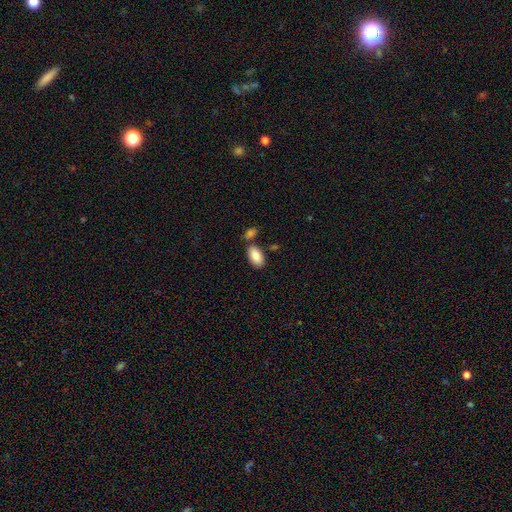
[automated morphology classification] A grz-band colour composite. It shows a smooth galaxy with no disk features (88%) that is in between round and cigar-shaped (95%). Merging: none (67%).